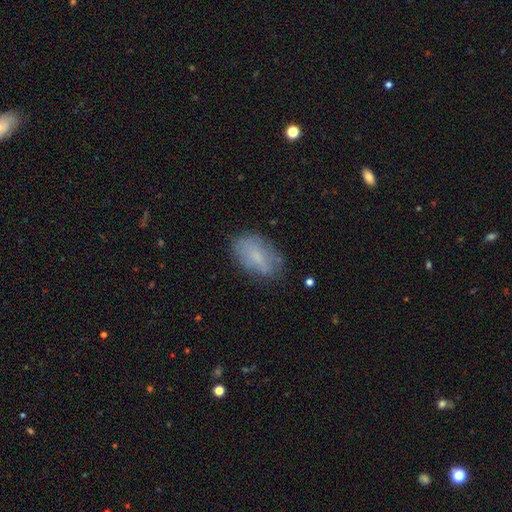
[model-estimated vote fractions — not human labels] smooth_or_featured: smooth (p=0.69) [alt: featured or disk p=0.21]
how_rounded: in between (p=0.91) [alt: round p=0.06]
merging: none (p=0.72) [alt: minor disturbance p=0.21]